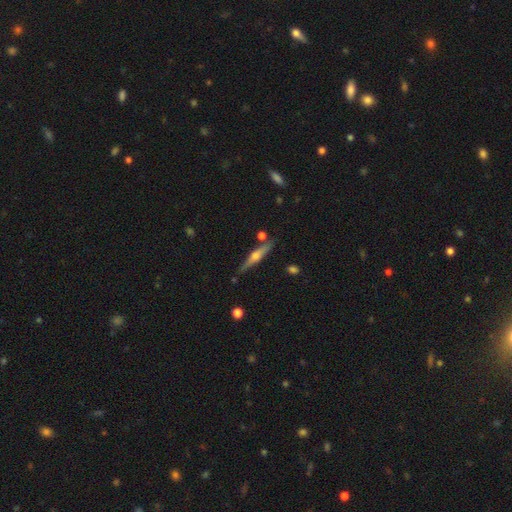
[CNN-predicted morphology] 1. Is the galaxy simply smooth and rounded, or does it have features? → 70% featured or disk, 24% smooth, 6% star or artifact.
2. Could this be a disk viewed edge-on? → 96% yes, 4% no.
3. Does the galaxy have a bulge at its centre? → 91% rounded, 5% boxy, 4% none.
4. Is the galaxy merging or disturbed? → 80% none, 12% minor disturbance, 5% merger, 3% major disturbance.